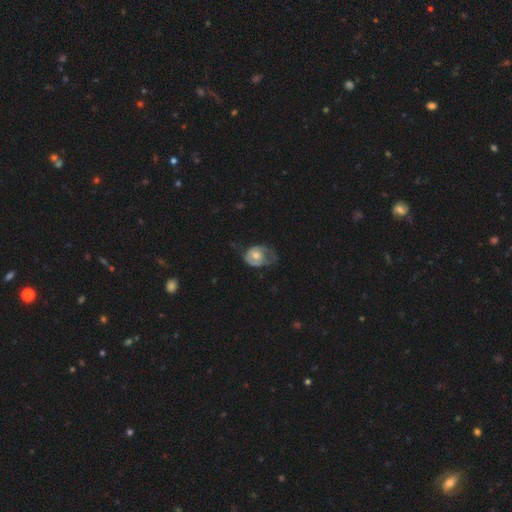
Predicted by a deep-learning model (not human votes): smooth_or_featured: featured or disk (p=0.48) [alt: smooth p=0.45]
merging: major disturbance (p=0.38) [alt: minor disturbance p=0.33]